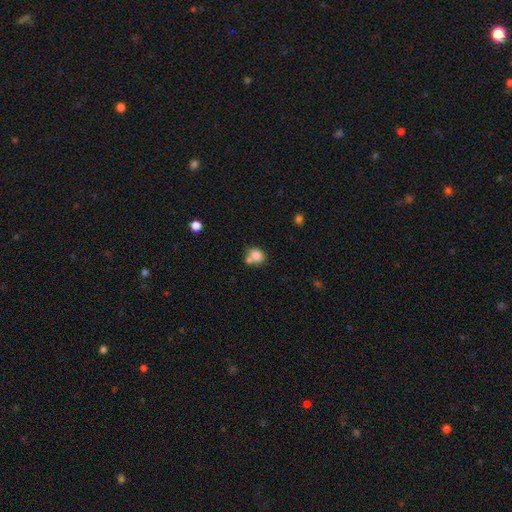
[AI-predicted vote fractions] The model was most divided on "merging": none: 49%, merger: 35%, minor disturbance: 12%, major disturbance: 4%. More confident: smooth or featured — smooth (80%); how rounded — round (62%).